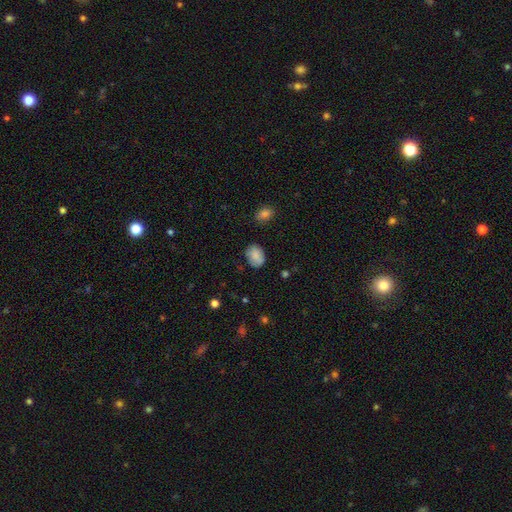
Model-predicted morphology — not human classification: smooth_or_featured: smooth (p=0.85) [alt: star or artifact p=0.08]
how_rounded: in between (p=0.71) [alt: round p=0.28]
merging: none (p=0.73) [alt: minor disturbance p=0.21]